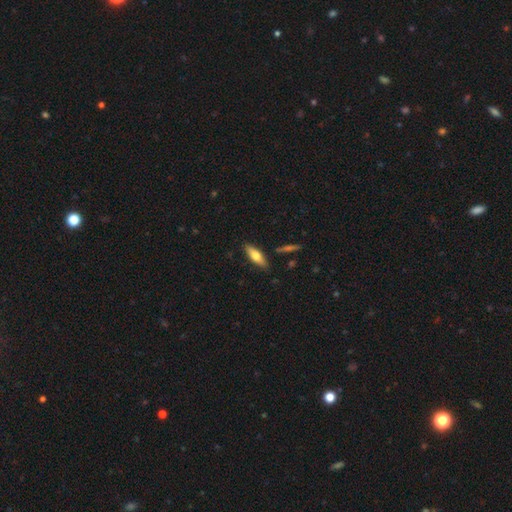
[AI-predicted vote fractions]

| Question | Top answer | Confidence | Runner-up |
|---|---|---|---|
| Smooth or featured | smooth | 61% | featured or disk (33%) |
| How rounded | in between | 53% | cigar-shaped (45%) |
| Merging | none | 85% | minor disturbance (10%) |